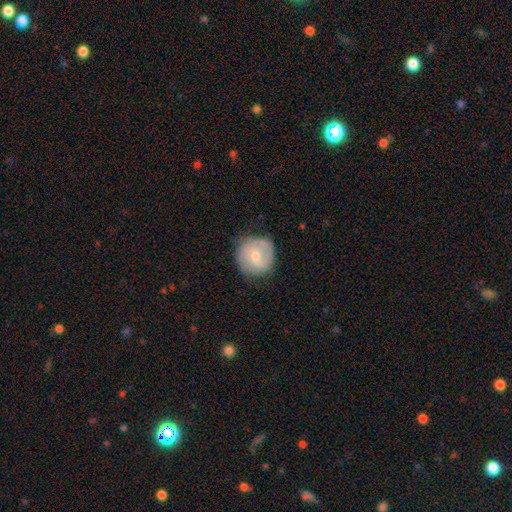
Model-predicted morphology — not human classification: The model was most divided on "smooth or featured": featured or disk: 48%, smooth: 45%, star or artifact: 6%. More confident: merging — none (72%).